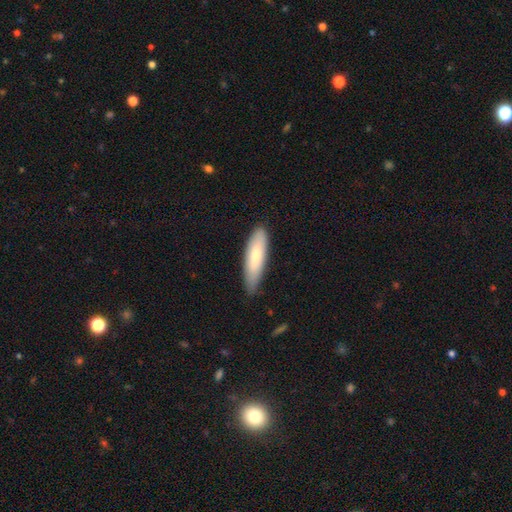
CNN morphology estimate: A smooth galaxy with no disk features (77%) that is cigar-shaped (60%). Merging: none (76%).